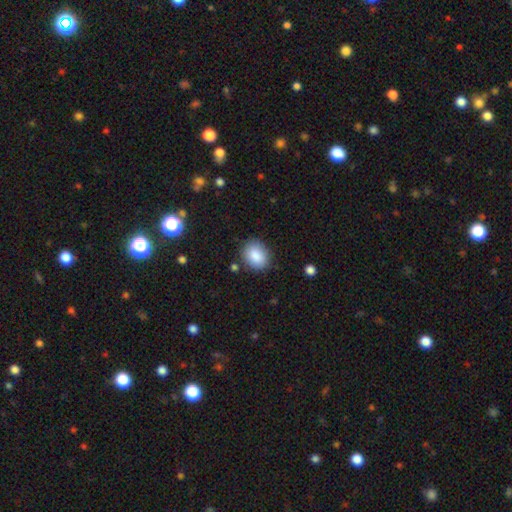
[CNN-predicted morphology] smooth-or-featured: smooth: 87% | star or artifact: 8% | featured or disk: 5%
  how-rounded: round: 50% | in between: 49% | cigar-shaped: 1%
  merging: none: 83% | minor disturbance: 12% | major disturbance: 3% | merger: 2%